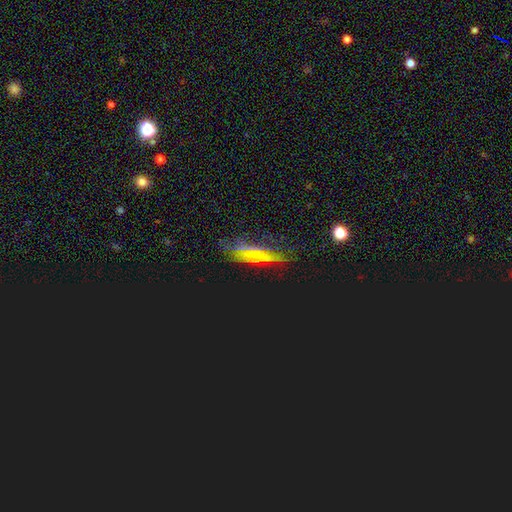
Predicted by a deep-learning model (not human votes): A star or artifact, not a galaxy (42%).

Vote fractions:
- Smooth or featured? star or artifact: 42% / featured or disk: 29% / smooth: 28%